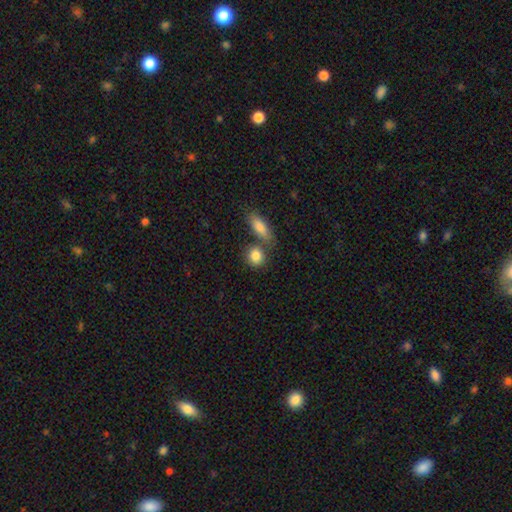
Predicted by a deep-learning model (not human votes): Smooth or featured? Predicted: smooth (p=0.85). How rounded? Predicted: round (p=0.64). Merging? Predicted: none (p=0.61).